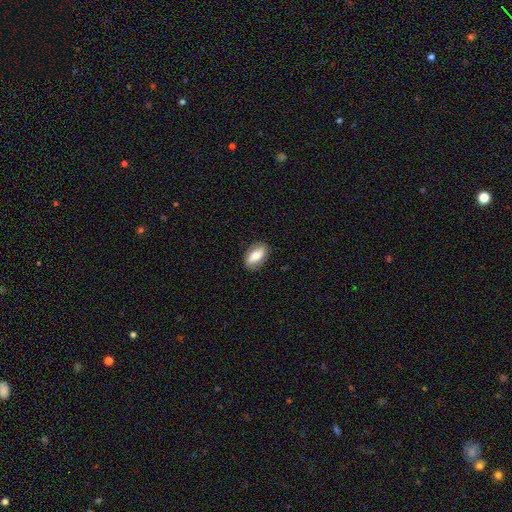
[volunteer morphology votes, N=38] Overall: smooth (53%; featured or disk 42%). How rounded: in between (85%). Merging: none (89%).